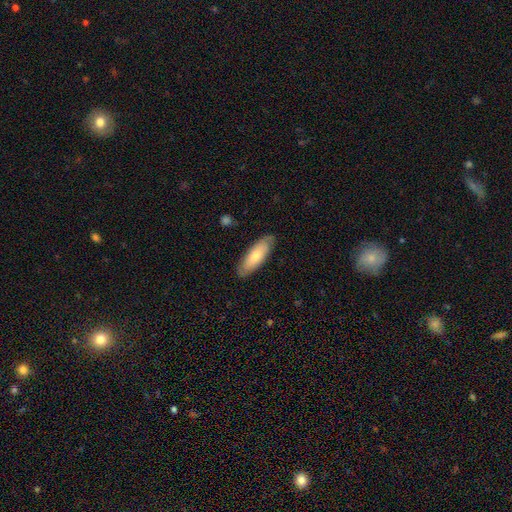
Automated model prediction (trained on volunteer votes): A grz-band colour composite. It shows a smooth galaxy with no disk features (70%) that is in between round and cigar-shaped (61%). Merging: none (84%).